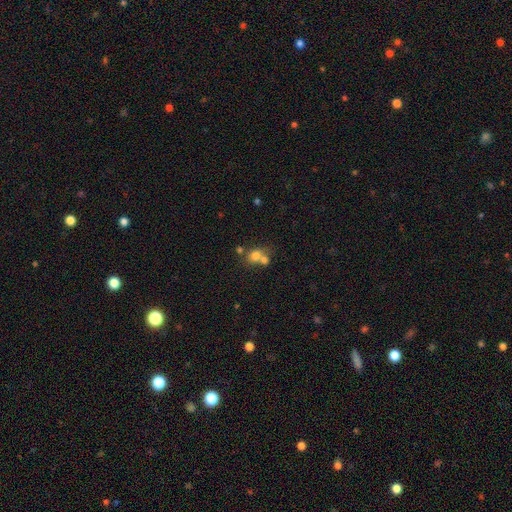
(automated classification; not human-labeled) Smooth or featured? smooth (72%)
How rounded? round (63%)
Merging? merger (52%)